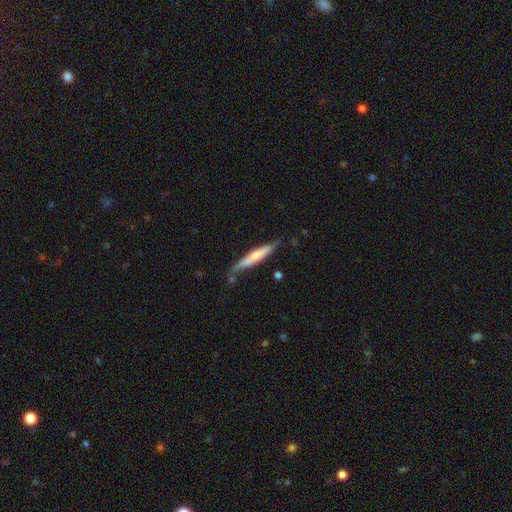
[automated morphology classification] smooth-or-featured: smooth: 54% | featured or disk: 41% | star or artifact: 5%
  how-rounded: cigar-shaped: 92% | in between: 6% | round: 1%
  merging: none: 68% | minor disturbance: 22% | merger: 6% | major disturbance: 5%